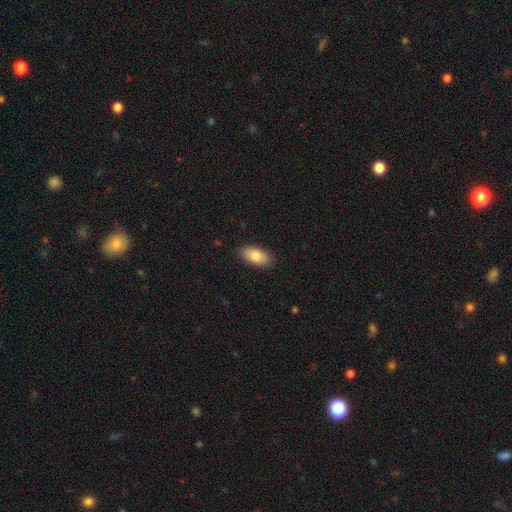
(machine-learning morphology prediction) smooth-or-featured: smooth: 83% | featured or disk: 11% | star or artifact: 7%
  how-rounded: in between: 92% | cigar-shaped: 5% | round: 3%
  merging: none: 87% | minor disturbance: 10% | major disturbance: 2% | merger: 1%